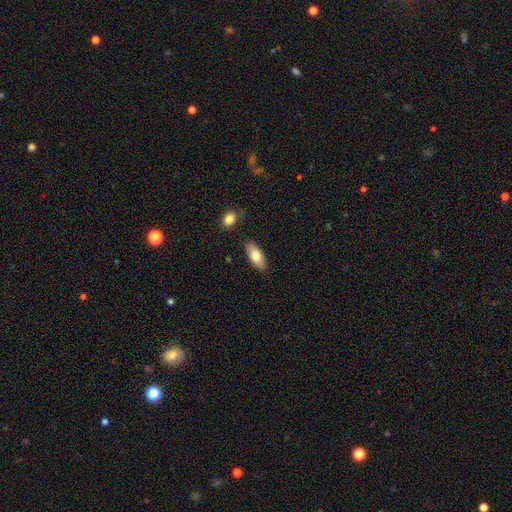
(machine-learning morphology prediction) smooth 76%, featured or disk 18%, star or artifact 6%. Down the decision tree: how rounded — in between (82%); merging — none (84%).